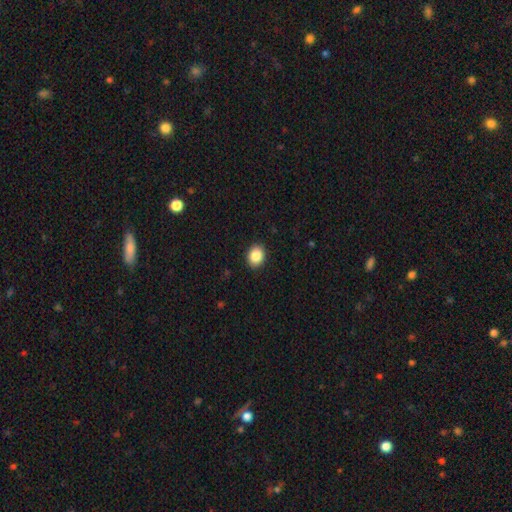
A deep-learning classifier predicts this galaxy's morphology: type=smooth (86%); roundness=in between (50%, tied with round); merging=none (91%).